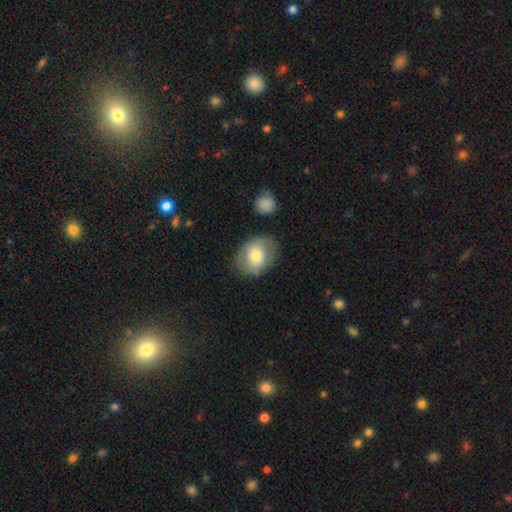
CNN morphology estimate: Overall: smooth (68%). How rounded: in between (60%; round 40%). Merging: none (73%).